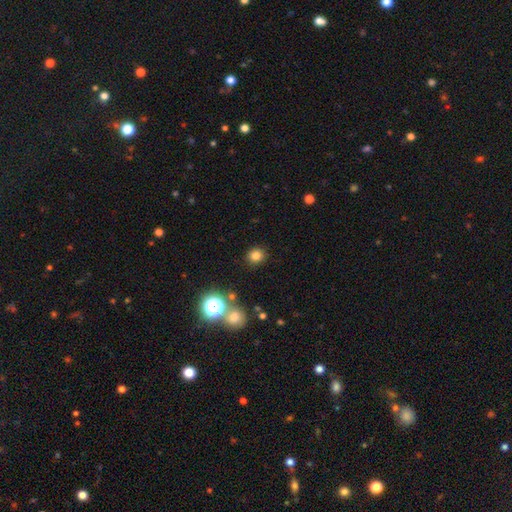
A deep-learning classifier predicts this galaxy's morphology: smooth-or-featured: smooth: 78% | star or artifact: 17% | featured or disk: 5%
  how-rounded: round: 88% | in between: 11% | cigar-shaped: 1%
  merging: none: 90% | minor disturbance: 6% | major disturbance: 2% | merger: 2%